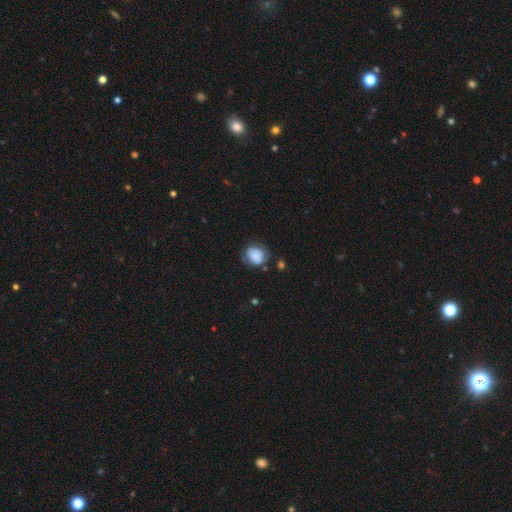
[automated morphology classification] Overall: smooth (75%). How rounded: round (68%; in between 31%). Merging: none (63%; minor disturbance 25%).